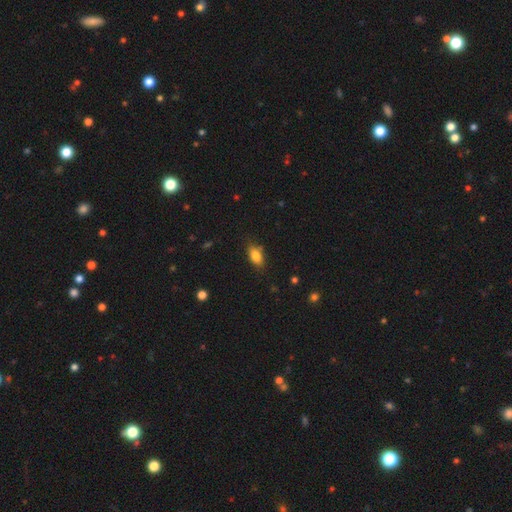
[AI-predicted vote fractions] Overall: smooth (84%). How rounded: in between (88%). Merging: none (79%).